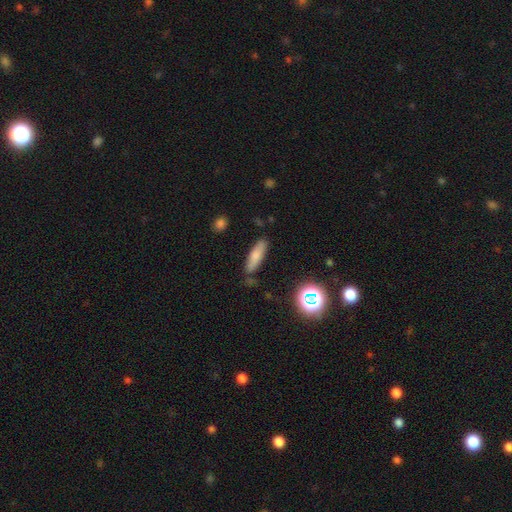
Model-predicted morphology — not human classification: smooth_or_featured: smooth (p=0.75) [alt: featured or disk p=0.16]
how_rounded: cigar-shaped (p=0.61) [alt: in between p=0.36]
merging: none (p=0.80) [alt: minor disturbance p=0.13]